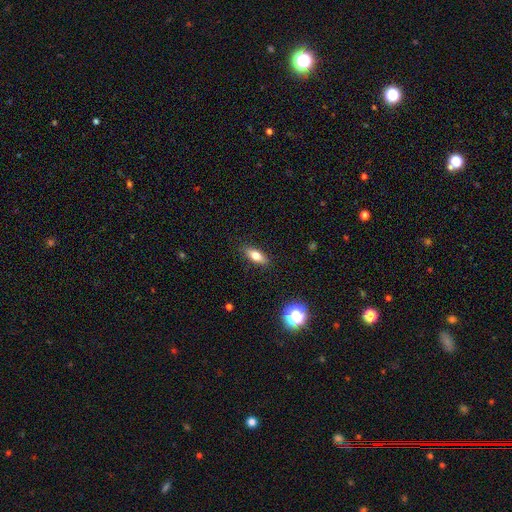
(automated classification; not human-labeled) A smooth galaxy with no disk features (69%) that is in between round and cigar-shaped (70%). Merging: none (88%).